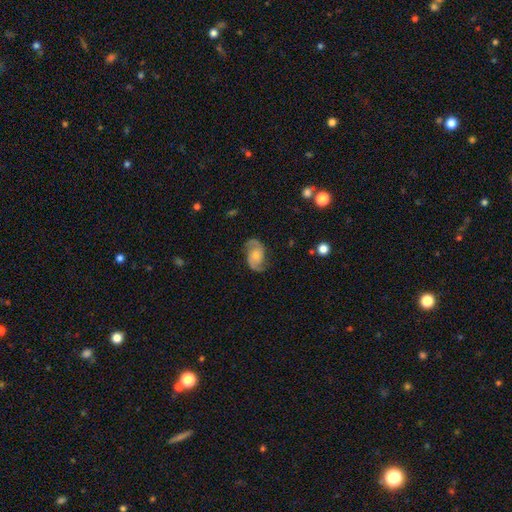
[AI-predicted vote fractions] Overall: featured or disk (81%). Edge-on disk: no (97%). Bar: no (64%; weak 30%). Spiral arms: yes (96%). Spiral arm count: 2 (92%). Spiral winding: medium (52%; loose 30%). Bulge size: small (43%; moderate 39%). Merging: none (76%).